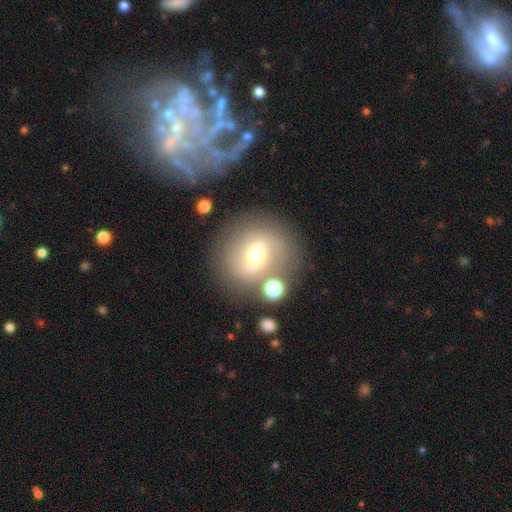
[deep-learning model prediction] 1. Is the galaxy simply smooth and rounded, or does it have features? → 51% featured or disk, 37% smooth, 12% star or artifact.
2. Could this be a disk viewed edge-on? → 89% no, 11% yes.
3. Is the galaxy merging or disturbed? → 74% none, 12% minor disturbance, 8% merger, 6% major disturbance.